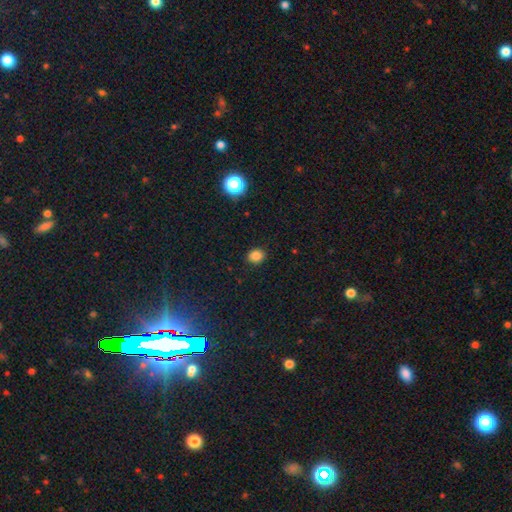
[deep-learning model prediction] A smooth galaxy with no disk features (84%) that is round (65%). Merging: none (90%).